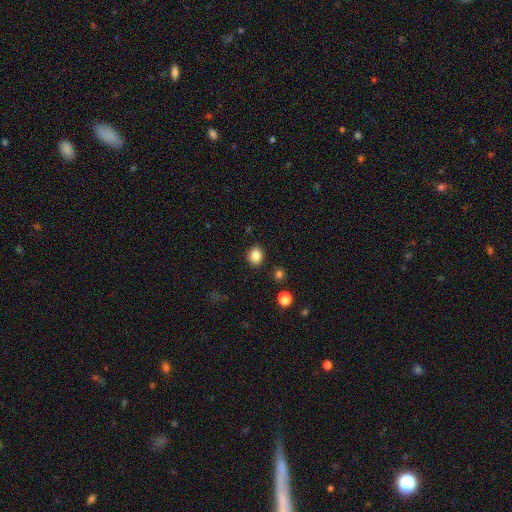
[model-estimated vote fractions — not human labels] A smooth galaxy with no disk features (85%) that is round (68%). Merging: none (89%).